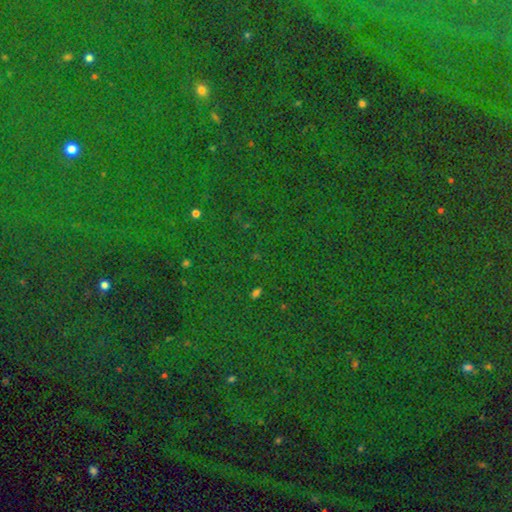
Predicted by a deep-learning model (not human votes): A star or artifact, not a galaxy (84%).